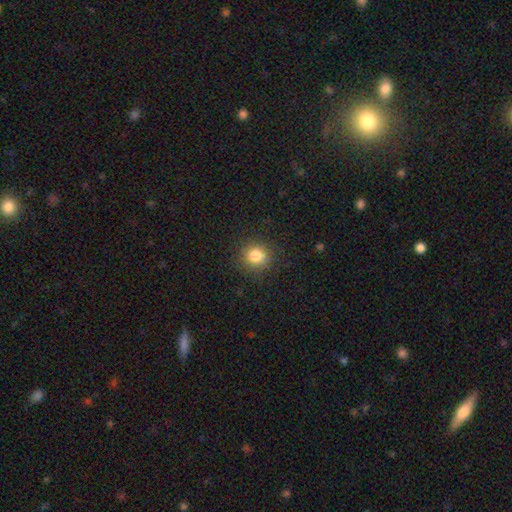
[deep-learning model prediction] smooth 83%, star or artifact 12%, featured or disk 5%. Down the decision tree: how rounded — round (90%); merging — none (89%).